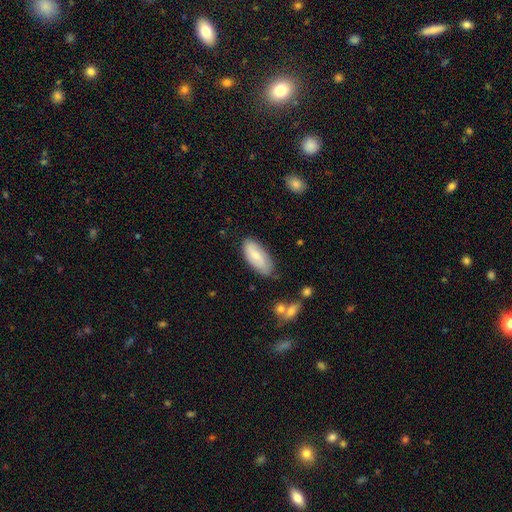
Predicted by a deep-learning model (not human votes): This appears to be a smooth galaxy with no disk features (71%) that is in between round and cigar-shaped (84%). Merging: none (75%).